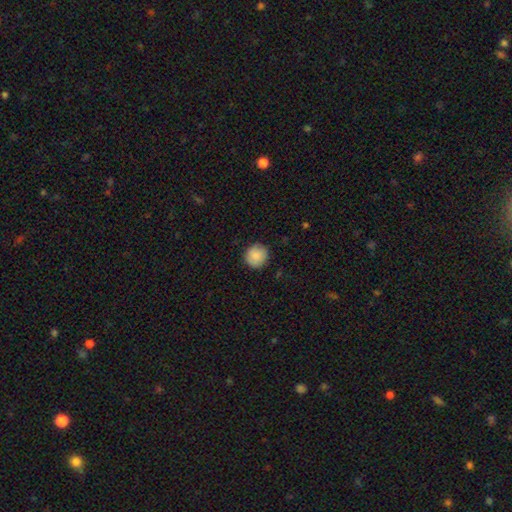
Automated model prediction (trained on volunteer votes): Overall: smooth (87%). How rounded: round (92%). Merging: none (88%).